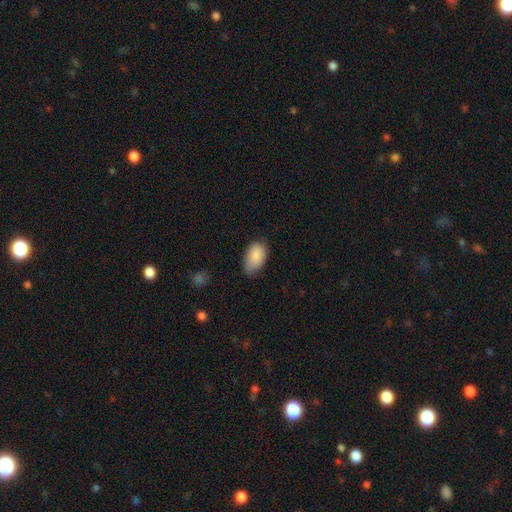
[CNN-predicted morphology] This appears to be a smooth galaxy with no disk features (88%) that is in between round and cigar-shaped (93%). Merging: none (64%).